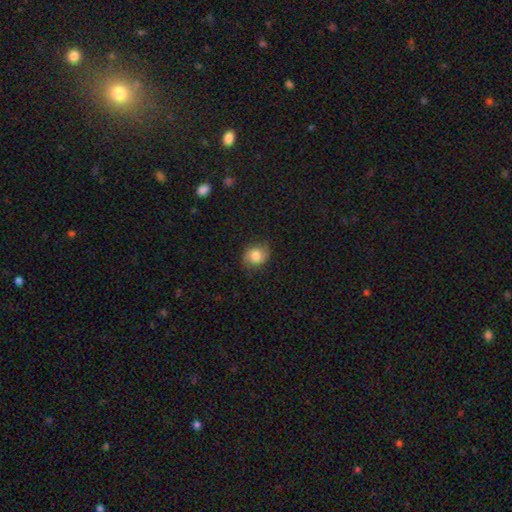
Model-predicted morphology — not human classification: Q: Smooth or featured?
A: smooth (73%); runner-up: featured or disk (18%)
Q: How rounded?
A: round (64%); runner-up: in between (35%)
Q: Merging?
A: none (76%); runner-up: minor disturbance (18%)